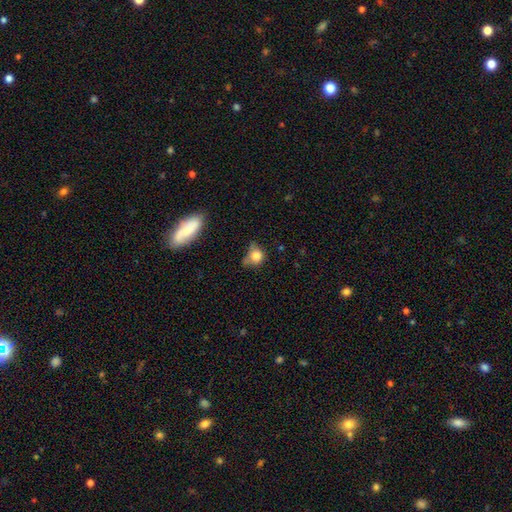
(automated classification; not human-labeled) Overall: smooth (77%). How rounded: round (63%; in between 35%). Merging: none (38%; minor disturbance 34%).